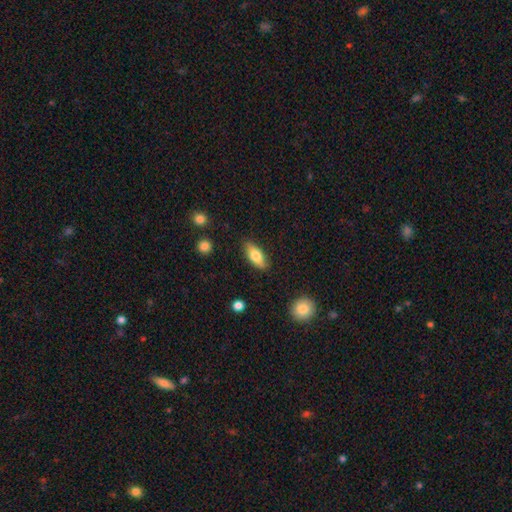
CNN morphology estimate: Q: Smooth or featured?
A: smooth (76%); runner-up: featured or disk (18%)
Q: How rounded?
A: in between (81%); runner-up: cigar-shaped (16%)
Q: Merging?
A: none (85%); runner-up: minor disturbance (11%)